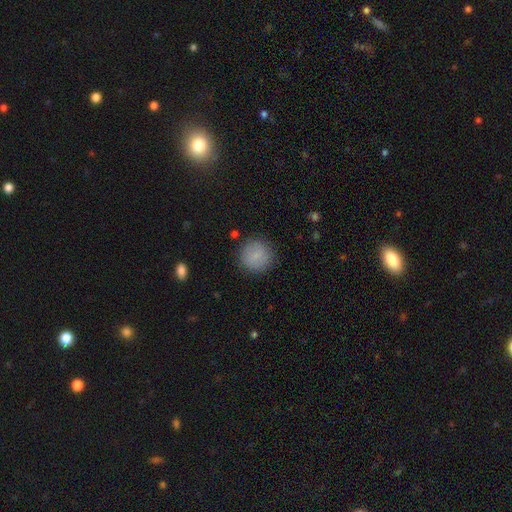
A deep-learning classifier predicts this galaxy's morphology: The model was most divided on "smooth or featured": smooth: 84%, star or artifact: 8%, featured or disk: 8%. More confident: how rounded — round (92%); merging — none (86%).